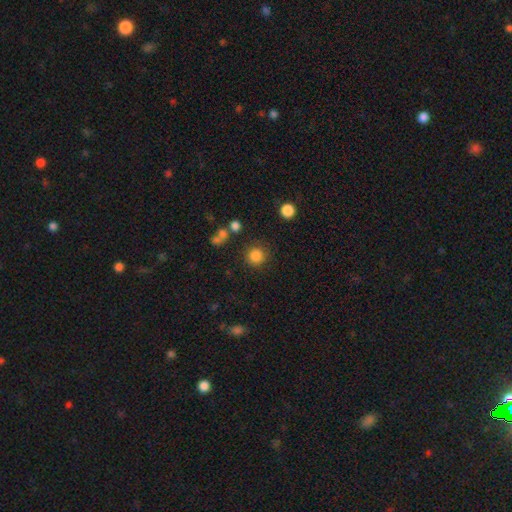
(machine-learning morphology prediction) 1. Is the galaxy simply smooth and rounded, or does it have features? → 83% smooth, 12% star or artifact, 5% featured or disk.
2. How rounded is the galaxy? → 92% round, 7% in between, 1% cigar-shaped.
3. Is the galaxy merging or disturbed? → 83% none, 9% minor disturbance, 4% major disturbance, 4% merger.